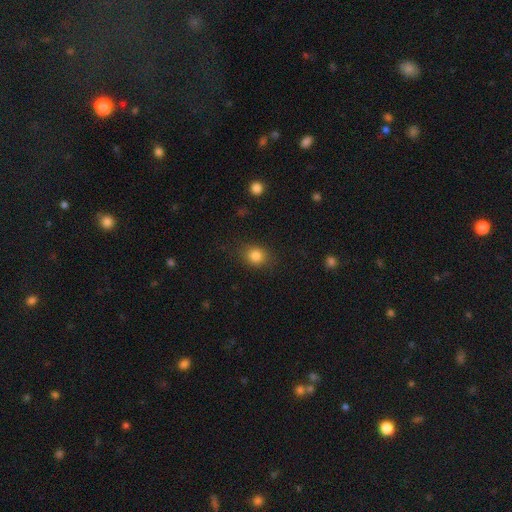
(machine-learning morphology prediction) type=smooth (82%); roundness=round (62%); merging=none (83%).